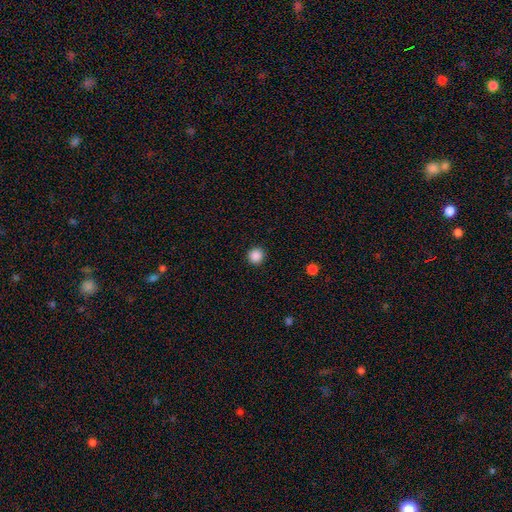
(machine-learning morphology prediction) smooth 88%, star or artifact 10%, featured or disk 2%. Down the decision tree: how rounded — round (95%); merging — none (92%).